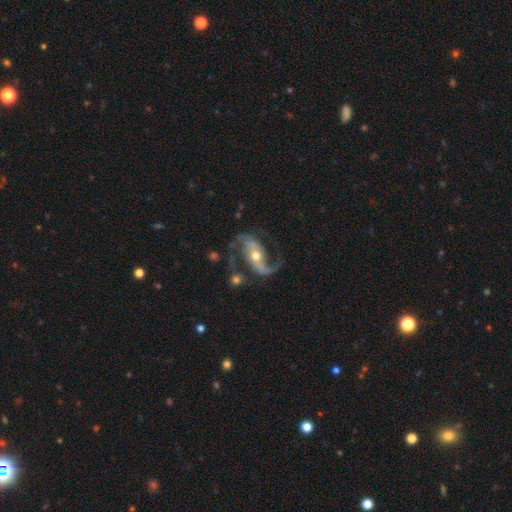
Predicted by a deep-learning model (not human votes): Q: Smooth or featured?
A: featured or disk (91%); runner-up: star or artifact (5%)
Q: Edge-on disk?
A: no (97%); runner-up: yes (3%)
Q: Bar?
A: strong (38%); runner-up: weak (31%)
Q: Spiral arms?
A: yes (97%); runner-up: no (3%)
Q: Spiral winding?
A: loose (53%); runner-up: medium (38%)
Q: Spiral arm count?
A: 2 (93%); runner-up: 1 (2%)
Q: Bulge size?
A: moderate (66%); runner-up: small (28%)
Q: Merging?
A: none (70%); runner-up: minor disturbance (15%)